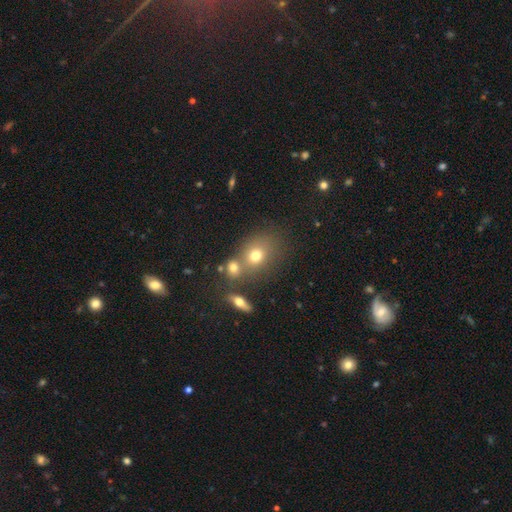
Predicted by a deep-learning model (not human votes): Q: Smooth or featured?
A: smooth (70%); runner-up: featured or disk (16%)
Q: How rounded?
A: round (55%); runner-up: in between (44%)
Q: Merging?
A: none (48%); runner-up: merger (35%)